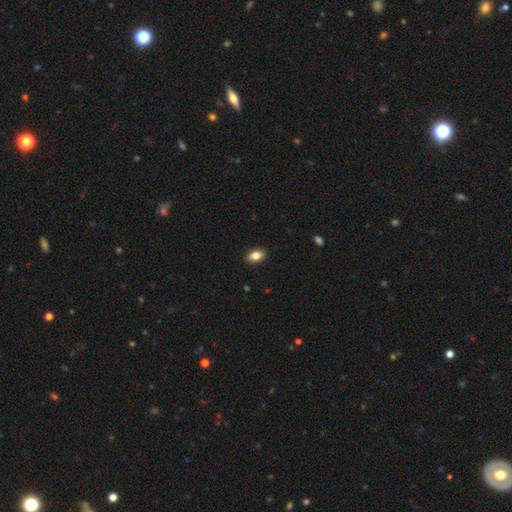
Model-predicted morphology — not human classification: smooth 84%, star or artifact 8%, featured or disk 8%. Down the decision tree: how rounded — in between (87%); merging — none (90%).